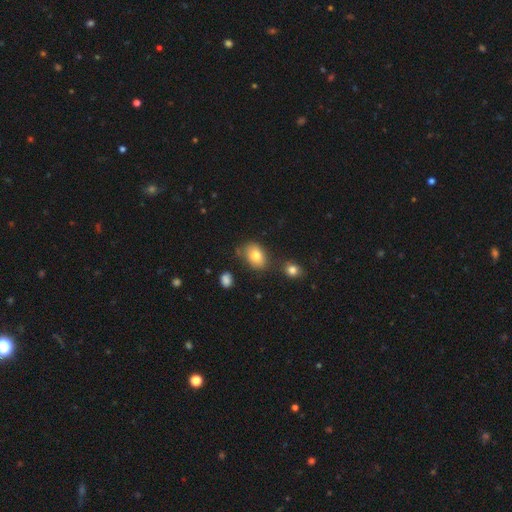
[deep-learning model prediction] Smooth or featured?
  - smooth: 80% *
  - featured or disk: 11%
  - star or artifact: 9%
How rounded?
  - in between: 78% *
  - round: 21%
  - cigar-shaped: 1%
Merging?
  - none: 69% *
  - minor disturbance: 17%
  - merger: 9%
  - major disturbance: 4%